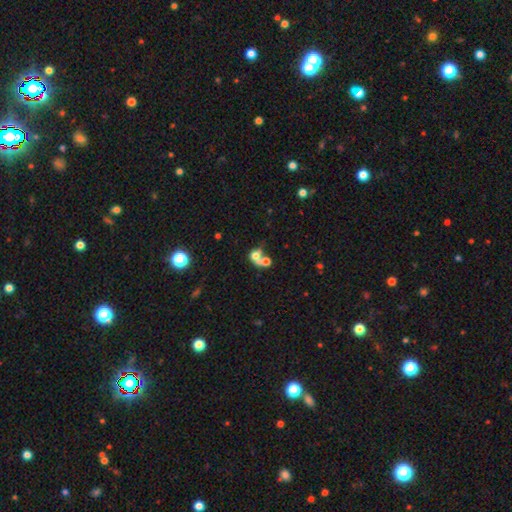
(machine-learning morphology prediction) Smooth or featured? smooth (60%)
How rounded? round (60%)
Merging? merger (69%)